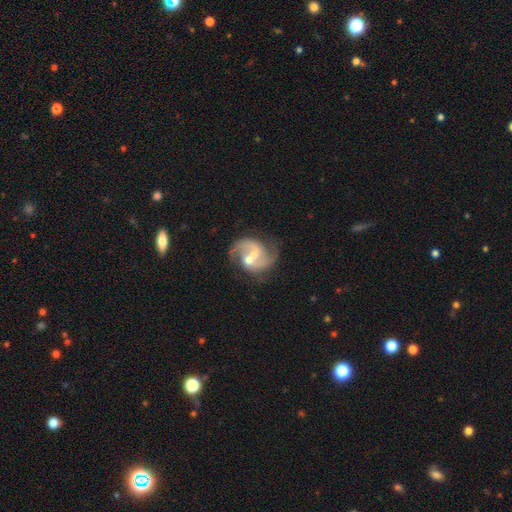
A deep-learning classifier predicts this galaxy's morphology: Smooth or featured?
  - featured or disk: 84% *
  - smooth: 10%
  - star or artifact: 6%
Edge-on disk?
  - no: 98% *
  - yes: 2%
Bar?
  - weak: 49% *
  - no: 35%
  - strong: 16%
Spiral arms?
  - yes: 93% *
  - no: 7%
Spiral winding?
  - medium: 50% *
  - loose: 36%
  - tight: 14%
Spiral arm count?
  - 2: 87% *
  - can't tell: 5%
  - 1: 4%
  - 3: 2%
  - 4: 1%
  - more than 4: 1%
Bulge size?
  - small: 49% *
  - moderate: 43%
  - none: 4%
  - large: 3%
  - dominant: 1%
Merging?
  - none: 48% *
  - merger: 28%
  - minor disturbance: 15%
  - major disturbance: 9%